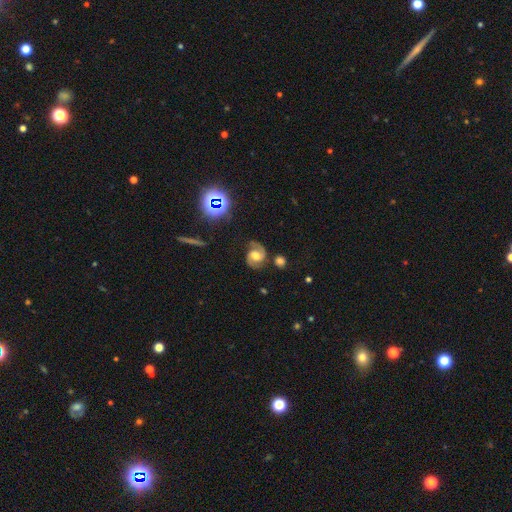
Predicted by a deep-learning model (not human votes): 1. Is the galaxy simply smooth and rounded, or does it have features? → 76% featured or disk, 13% smooth, 11% star or artifact.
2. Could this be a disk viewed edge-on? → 97% no, 3% yes.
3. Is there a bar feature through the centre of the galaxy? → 47% no, 40% weak, 14% strong.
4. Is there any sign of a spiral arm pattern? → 95% yes, 5% no.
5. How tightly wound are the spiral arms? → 55% medium, 24% tight, 21% loose.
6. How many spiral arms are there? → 90% 2, 4% can't tell, 3% 1, 1% 3, 1% 4, 1% more than 4.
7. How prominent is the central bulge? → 66% moderate, 17% large, 12% small, 3% none, 2% dominant.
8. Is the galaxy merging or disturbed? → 74% none, 16% minor disturbance, 6% major disturbance, 4% merger.